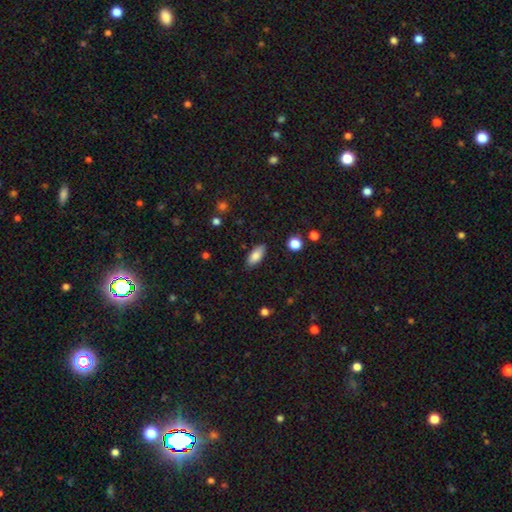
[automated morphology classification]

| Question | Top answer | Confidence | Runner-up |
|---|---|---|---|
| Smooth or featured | smooth | 84% | featured or disk (8%) |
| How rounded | in between | 87% | cigar-shaped (11%) |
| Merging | none | 85% | minor disturbance (11%) |